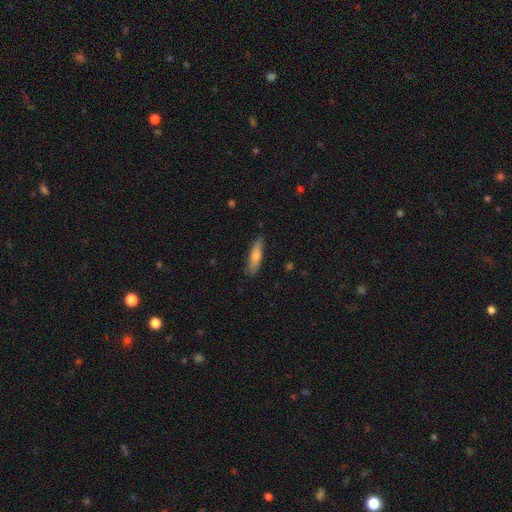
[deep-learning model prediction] A smooth galaxy with no disk features (70%) that is cigar-shaped (71%).

Vote fractions:
- Smooth or featured? smooth: 70% / featured or disk: 24% / star or artifact: 6%
- How rounded? cigar-shaped: 71% / in between: 27% / round: 2%
- Merging? none: 84% / minor disturbance: 13% / major disturbance: 2% / merger: 1%